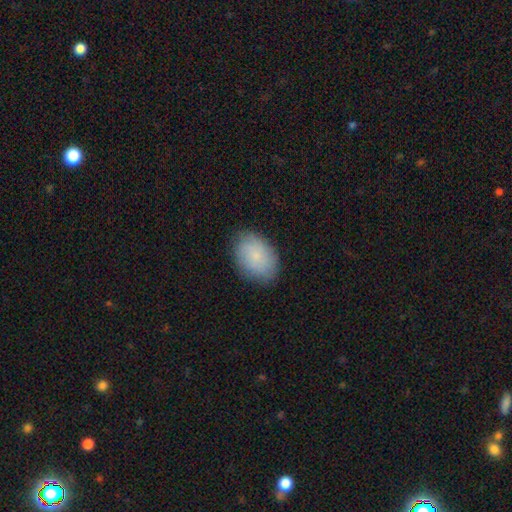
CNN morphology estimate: A smooth galaxy with no disk features (79%) that is in between round and cigar-shaped (80%).

Vote fractions:
- Smooth or featured? smooth: 79% / featured or disk: 14% / star or artifact: 8%
- How rounded? in between: 80% / round: 18% / cigar-shaped: 1%
- Merging? none: 81% / minor disturbance: 14% / major disturbance: 4% / merger: 1%